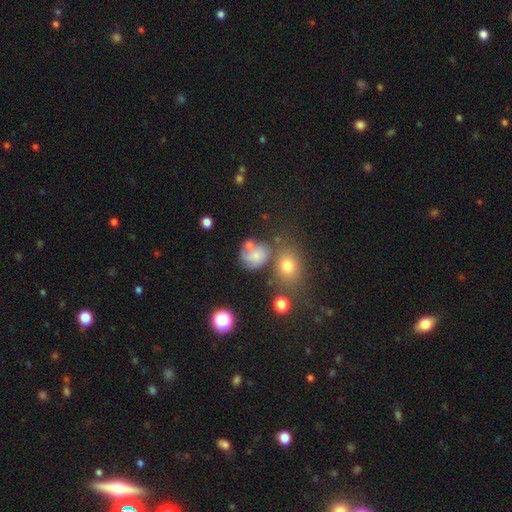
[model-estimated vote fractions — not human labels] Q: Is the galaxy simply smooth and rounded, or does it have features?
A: smooth — 53%.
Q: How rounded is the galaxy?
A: round — 60%.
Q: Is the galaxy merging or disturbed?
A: none — 46%.